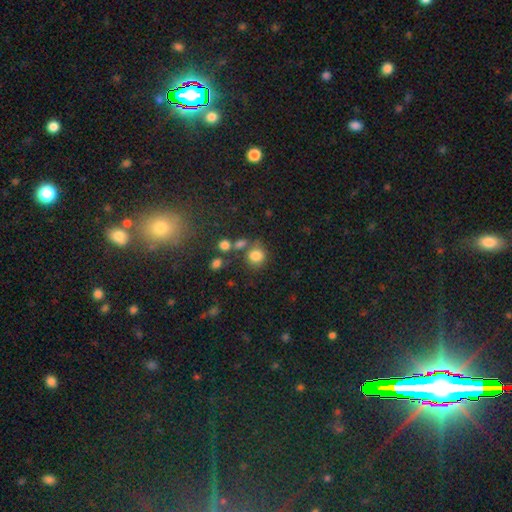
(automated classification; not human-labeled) A smooth galaxy with no disk features (80%) that is round (77%). Merging: none (62%).